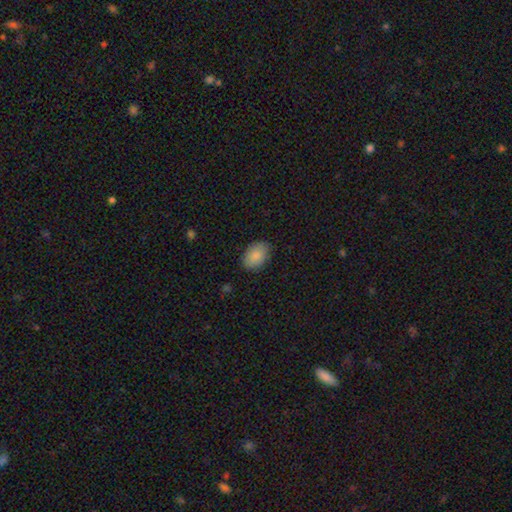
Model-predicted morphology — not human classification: Q: Smooth or featured?
A: smooth (87%); runner-up: star or artifact (7%)
Q: How rounded?
A: in between (87%); runner-up: round (12%)
Q: Merging?
A: none (82%); runner-up: minor disturbance (14%)